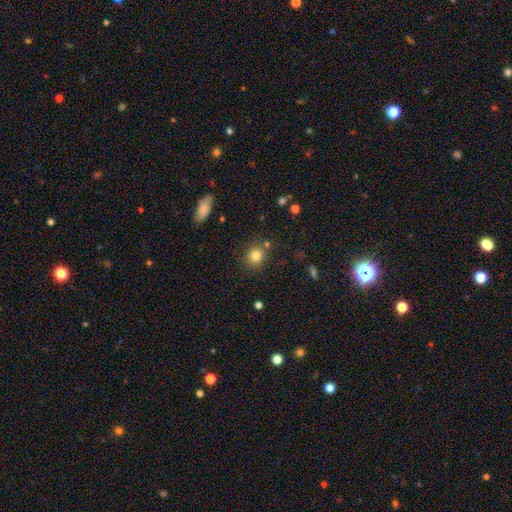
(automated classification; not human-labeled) smooth 81%, star or artifact 11%, featured or disk 7%. Down the decision tree: how rounded — round (74%); merging — none (79%).